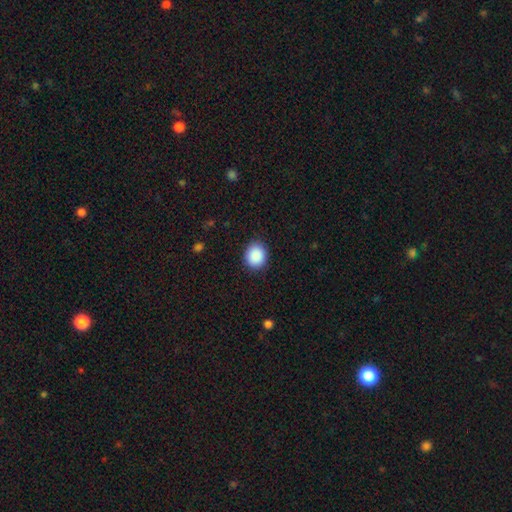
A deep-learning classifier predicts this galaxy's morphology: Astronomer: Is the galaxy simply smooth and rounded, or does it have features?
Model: smooth — 89%.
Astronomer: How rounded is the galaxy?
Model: round — 73%.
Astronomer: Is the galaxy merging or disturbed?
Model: none — 90%.